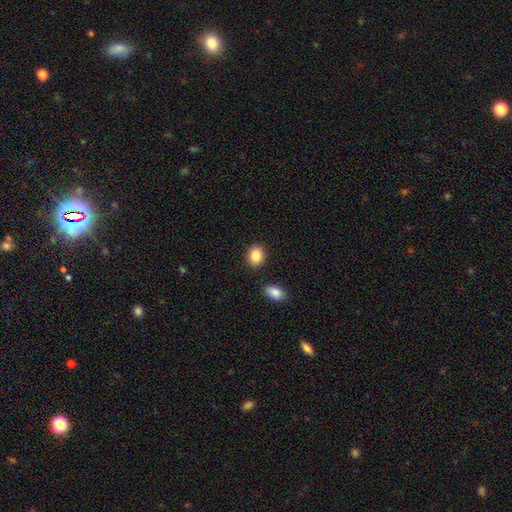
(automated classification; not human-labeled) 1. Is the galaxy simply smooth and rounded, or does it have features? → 88% smooth, 7% star or artifact, 5% featured or disk.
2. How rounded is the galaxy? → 51% in between, 48% round, 1% cigar-shaped.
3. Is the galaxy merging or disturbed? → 85% none, 8% minor disturbance, 4% merger, 2% major disturbance.